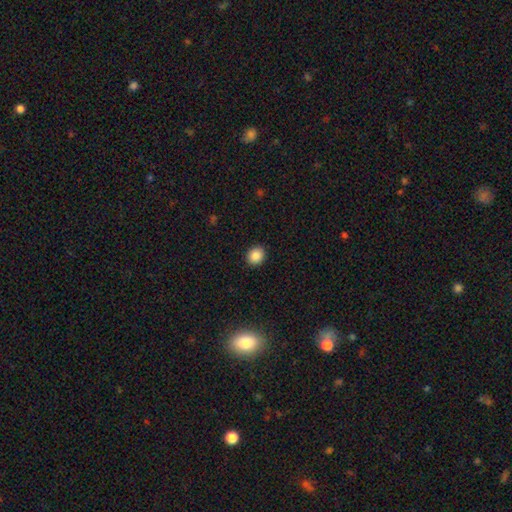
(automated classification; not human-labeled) smooth_or_featured: smooth (p=0.87) [alt: star or artifact p=0.10]
how_rounded: round (p=0.75) [alt: in between p=0.24]
merging: none (p=0.91) [alt: minor disturbance p=0.06]